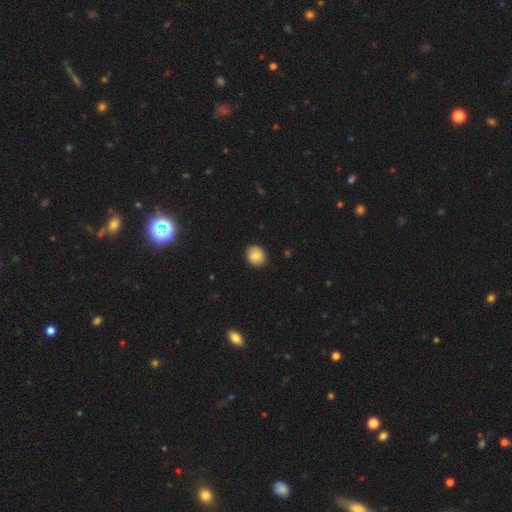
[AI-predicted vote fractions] smooth-or-featured: smooth: 80% | featured or disk: 11% | star or artifact: 8%
  how-rounded: round: 78% | in between: 21% | cigar-shaped: 1%
  merging: none: 87% | minor disturbance: 10% | major disturbance: 2% | merger: 1%